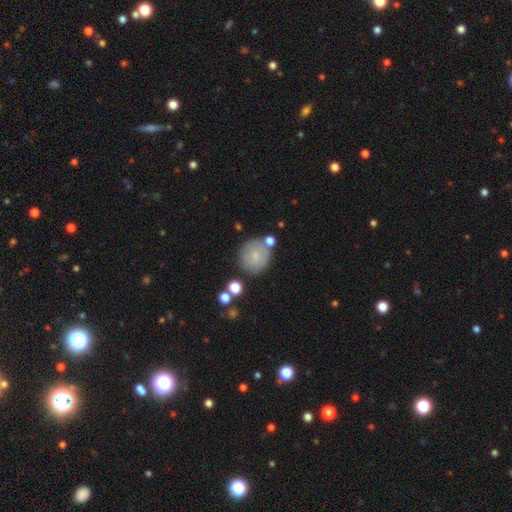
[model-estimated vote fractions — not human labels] Smooth or featured? smooth (75%)
How rounded? round (86%)
Merging? none (72%)